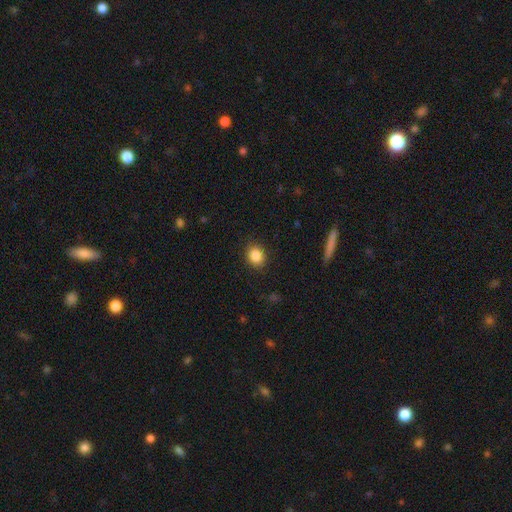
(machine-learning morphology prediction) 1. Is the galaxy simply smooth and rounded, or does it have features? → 86% smooth, 9% star or artifact, 4% featured or disk.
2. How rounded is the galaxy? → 63% round, 35% in between, 1% cigar-shaped.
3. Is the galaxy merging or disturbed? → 88% none, 9% minor disturbance, 3% major disturbance, 1% merger.